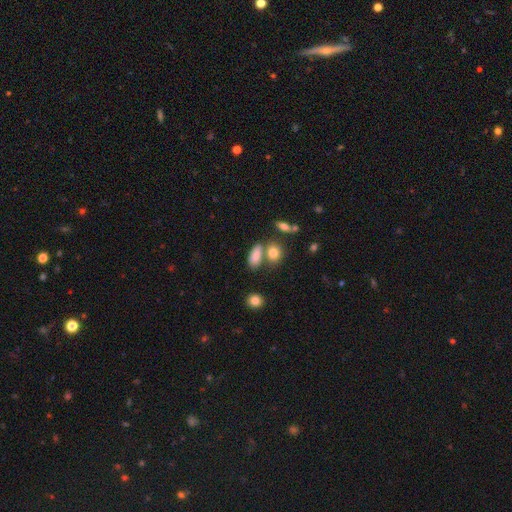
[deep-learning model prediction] This appears to be a smooth galaxy with no disk features (81%) that is in between round and cigar-shaped (81%). Merging: none (56%).